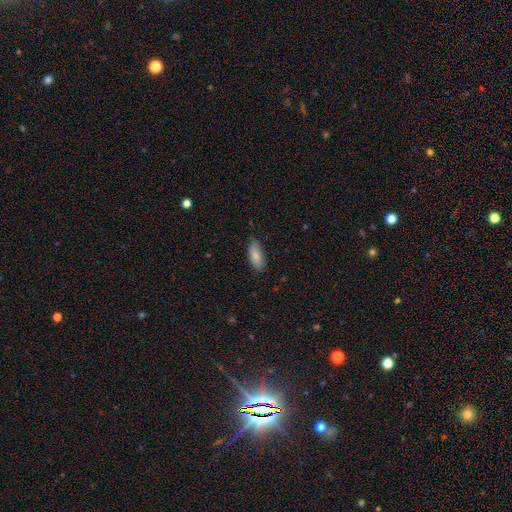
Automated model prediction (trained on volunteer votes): Smooth or featured?
  - smooth: 84% *
  - featured or disk: 10%
  - star or artifact: 6%
How rounded?
  - in between: 85% *
  - cigar-shaped: 13%
  - round: 2%
Merging?
  - none: 82% *
  - minor disturbance: 15%
  - major disturbance: 2%
  - merger: 1%